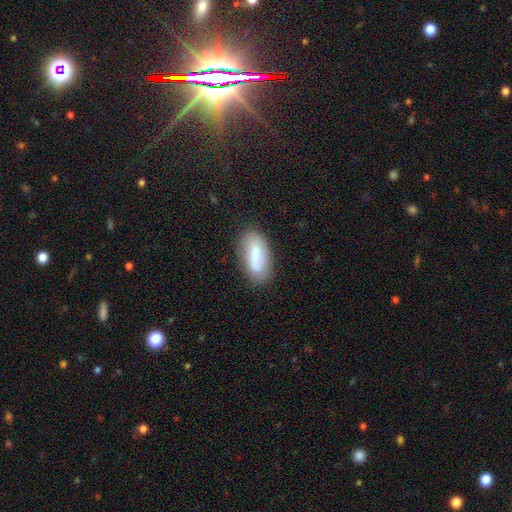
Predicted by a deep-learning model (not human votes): smooth_or_featured: smooth (p=0.68) [alt: featured or disk p=0.25]
how_rounded: in between (p=0.84) [alt: cigar-shaped p=0.13]
merging: none (p=0.75) [alt: minor disturbance p=0.18]